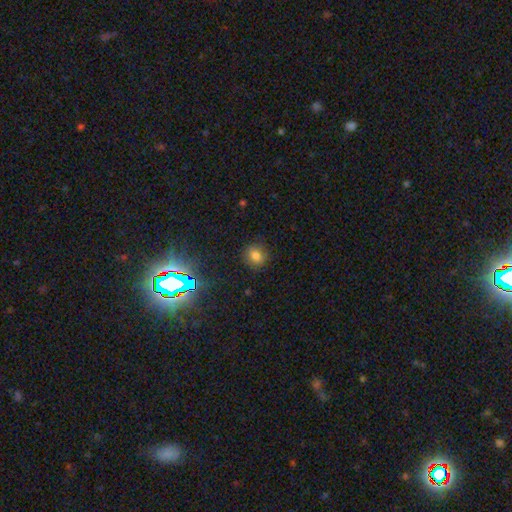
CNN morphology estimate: Smooth or featured? Predicted: smooth (p=0.75). How rounded? Predicted: round (p=0.80). Merging? Predicted: none (p=0.85).